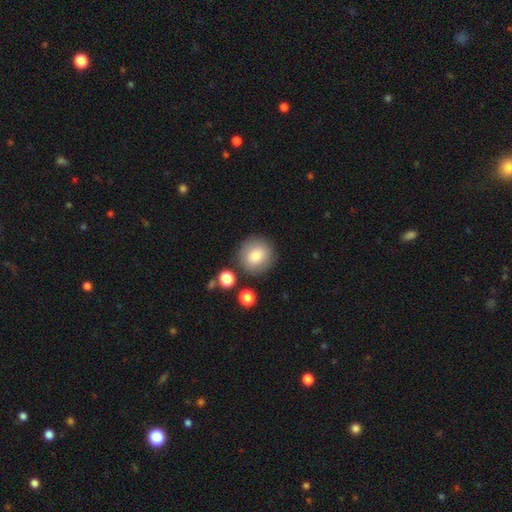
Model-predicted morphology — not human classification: This is clearly a smooth galaxy (83%). How rounded: clearly round (92%). Merging: clearly none (84%).